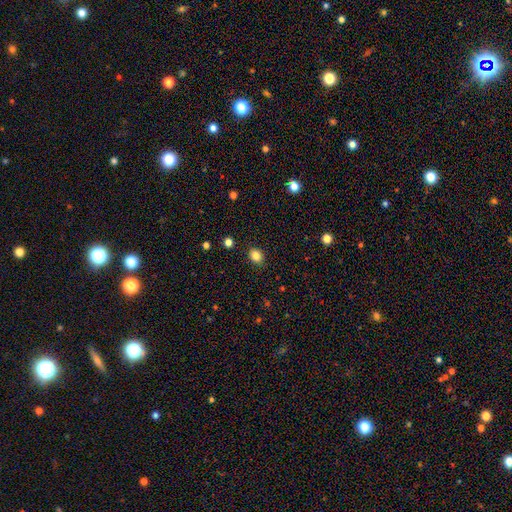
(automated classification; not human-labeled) Q: Smooth or featured?
A: smooth (84%); runner-up: star or artifact (12%)
Q: How rounded?
A: in between (51%); runner-up: round (48%)
Q: Merging?
A: none (89%); runner-up: minor disturbance (8%)